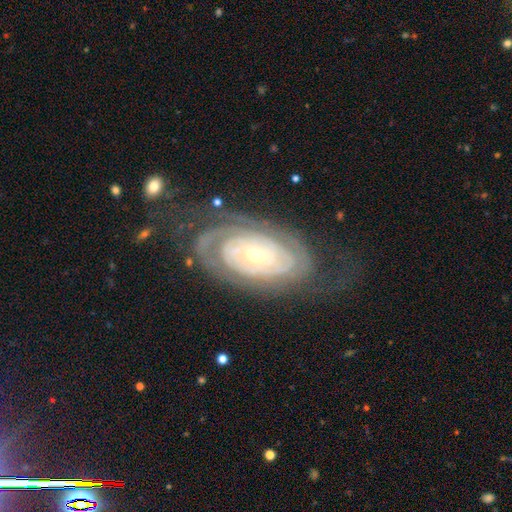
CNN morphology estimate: This appears to be a featured or disk galaxy (86%) with no bar (77%), tight (81%) spiral arms (92%) and a small central bulge (62%). Merging: none (65%).